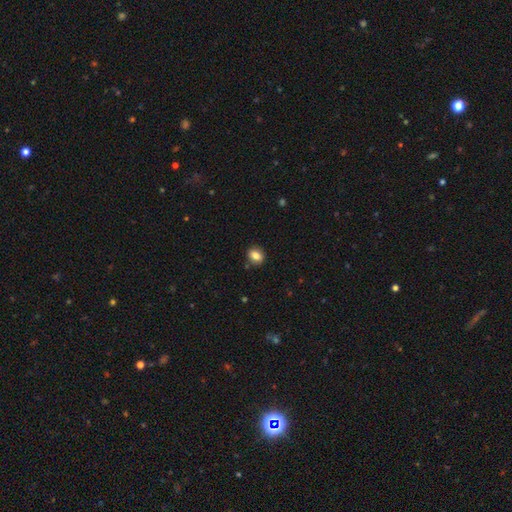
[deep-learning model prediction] smooth_or_featured: smooth (p=0.83) [alt: star or artifact p=0.10]
how_rounded: round (p=0.53) [alt: in between p=0.46]
merging: none (p=0.87) [alt: minor disturbance p=0.08]